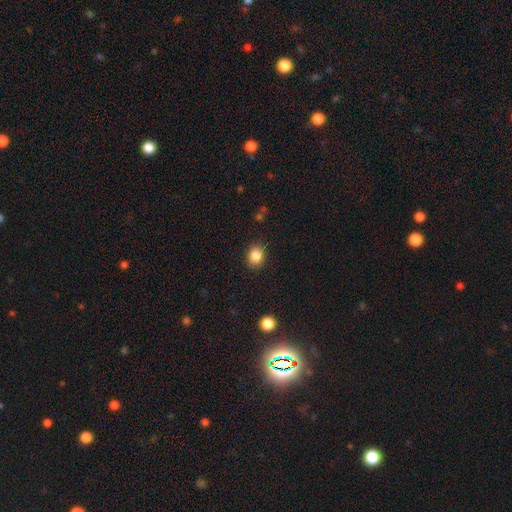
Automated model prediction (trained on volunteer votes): A smooth galaxy with no disk features (86%) that is round (60%).

Vote fractions:
- Smooth or featured? smooth: 86% / star or artifact: 10% / featured or disk: 4%
- How rounded? round: 60% / in between: 39% / cigar-shaped: 1%
- Merging? none: 87% / minor disturbance: 9% / major disturbance: 3% / merger: 1%